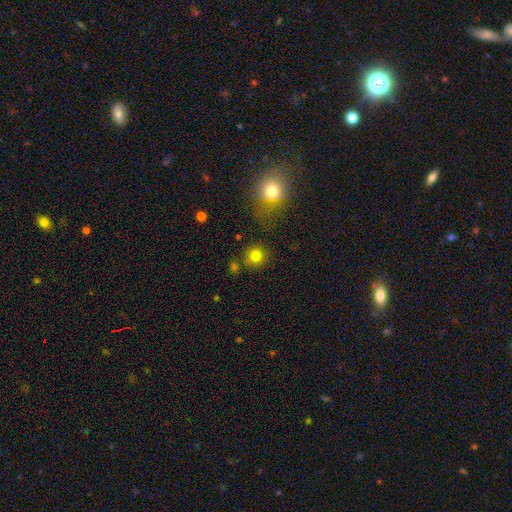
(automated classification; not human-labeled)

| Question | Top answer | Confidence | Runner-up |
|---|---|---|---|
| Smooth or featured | smooth | 79% | star or artifact (14%) |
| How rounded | round | 89% | in between (10%) |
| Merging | none | 81% | minor disturbance (10%) |